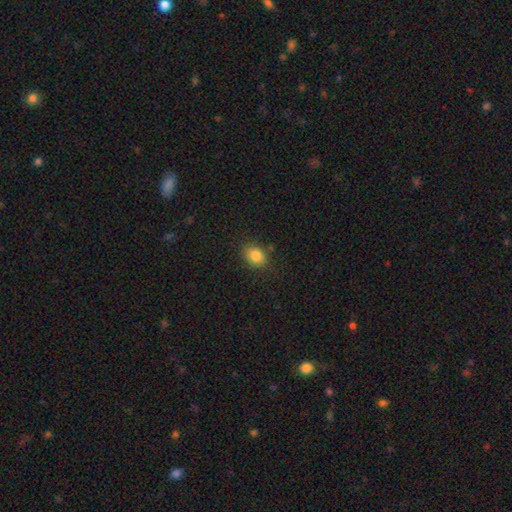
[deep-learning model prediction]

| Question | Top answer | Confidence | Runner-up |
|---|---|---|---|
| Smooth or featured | smooth | 84% | star or artifact (10%) |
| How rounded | in between | 54% | round (45%) |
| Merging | none | 82% | minor disturbance (12%) |